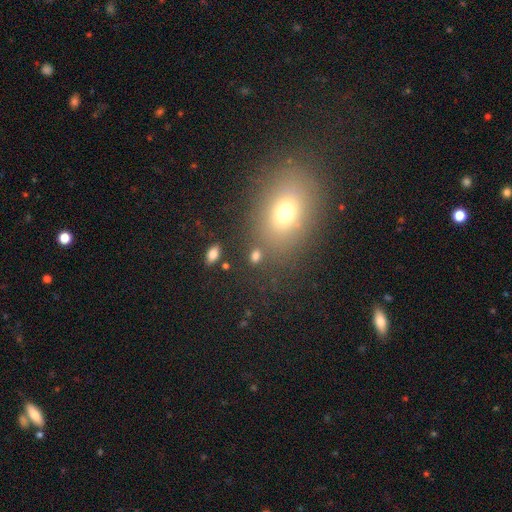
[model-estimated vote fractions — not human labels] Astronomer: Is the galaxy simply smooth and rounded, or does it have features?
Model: smooth — 74%.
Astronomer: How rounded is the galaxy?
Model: in between — 58% (runner-up: round, 39%).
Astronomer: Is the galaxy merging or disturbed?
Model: none — 75%.